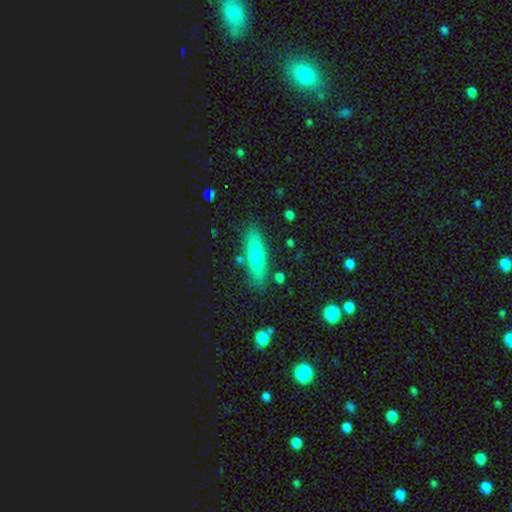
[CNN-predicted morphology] A smooth galaxy with no disk features (64%) that is cigar-shaped (61%). Merging: none (83%).